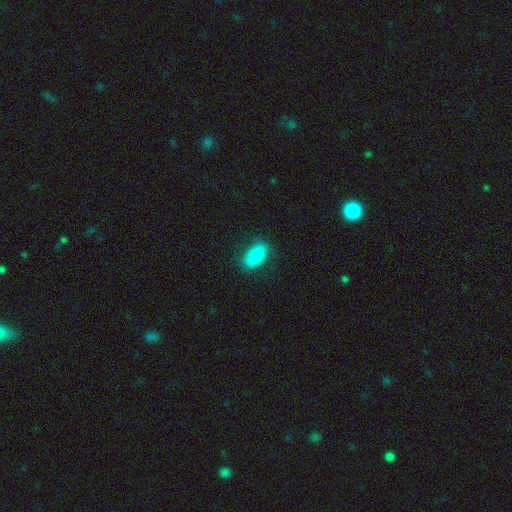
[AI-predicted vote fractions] This is likely a smooth galaxy (78%). How rounded: clearly in between (90%). Merging: clearly none (81%).